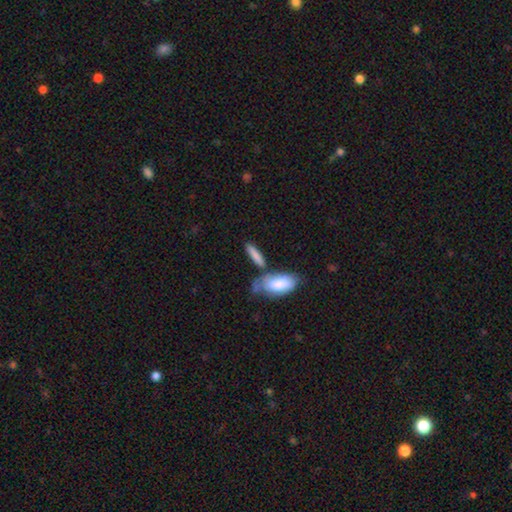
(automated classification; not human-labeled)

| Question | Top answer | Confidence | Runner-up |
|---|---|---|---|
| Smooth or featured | smooth | 80% | featured or disk (14%) |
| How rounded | cigar-shaped | 58% | in between (39%) |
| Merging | none | 57% | merger (21%) |